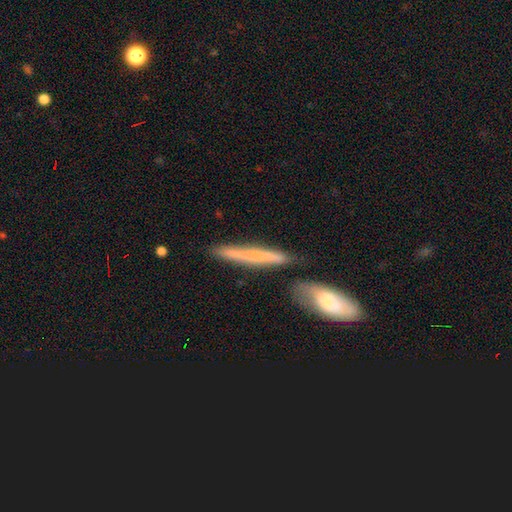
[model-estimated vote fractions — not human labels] This is possibly a smooth galaxy (53%). How rounded: clearly cigar-shaped (91%). Merging: likely none (67%).